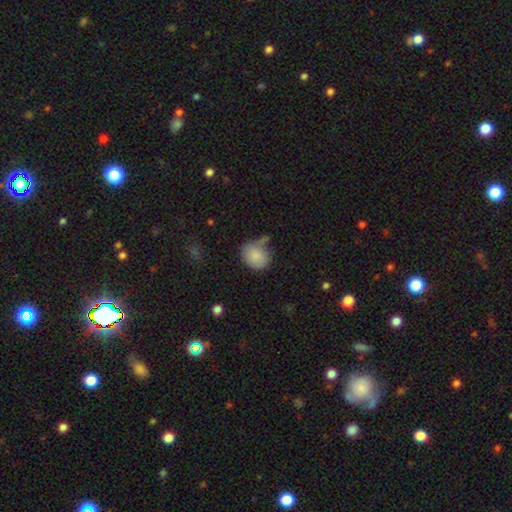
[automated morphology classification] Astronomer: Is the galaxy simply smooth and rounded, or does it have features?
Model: smooth — 85%.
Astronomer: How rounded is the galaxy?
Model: round — 62% (runner-up: in between, 37%).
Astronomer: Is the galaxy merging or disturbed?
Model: none — 55%.